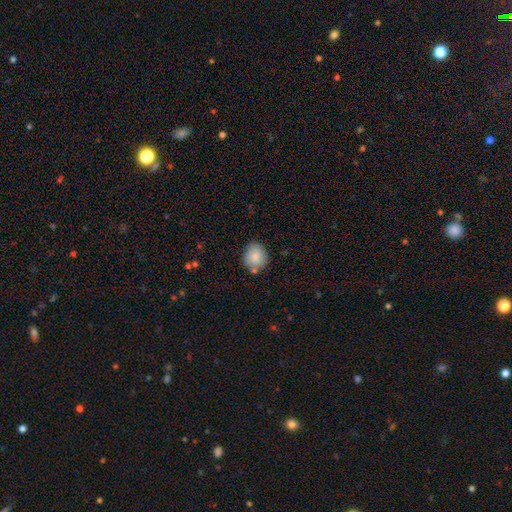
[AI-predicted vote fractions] Smooth or featured? smooth (84%)
How rounded? round (72%)
Merging? none (72%)